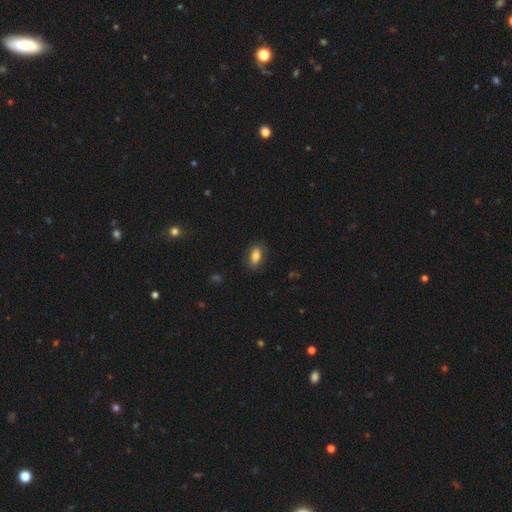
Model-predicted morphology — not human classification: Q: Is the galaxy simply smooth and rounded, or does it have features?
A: smooth — 82%.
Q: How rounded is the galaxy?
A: in between — 89%.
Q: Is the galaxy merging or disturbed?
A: none — 81%.